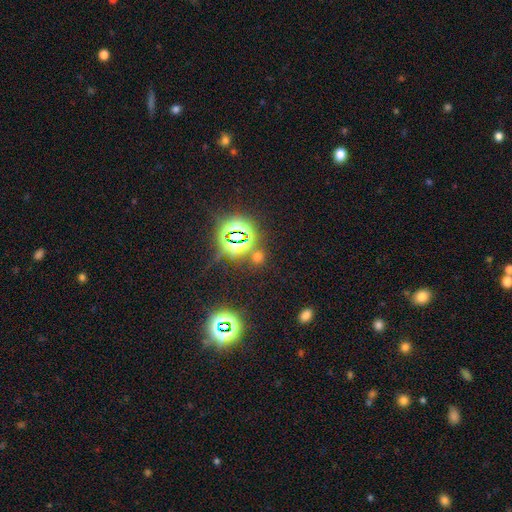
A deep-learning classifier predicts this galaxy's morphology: A star or artifact, not a galaxy (74%).

Vote fractions:
- Smooth or featured? star or artifact: 74% / smooth: 18% / featured or disk: 8%